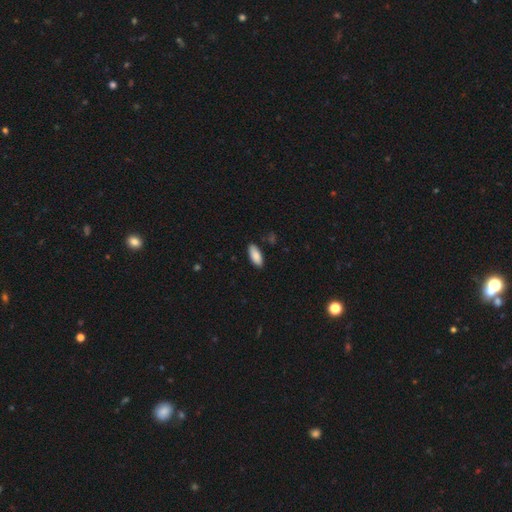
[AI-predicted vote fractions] This is clearly a smooth galaxy (88%). How rounded: clearly in between (83%). Merging: clearly none (86%).